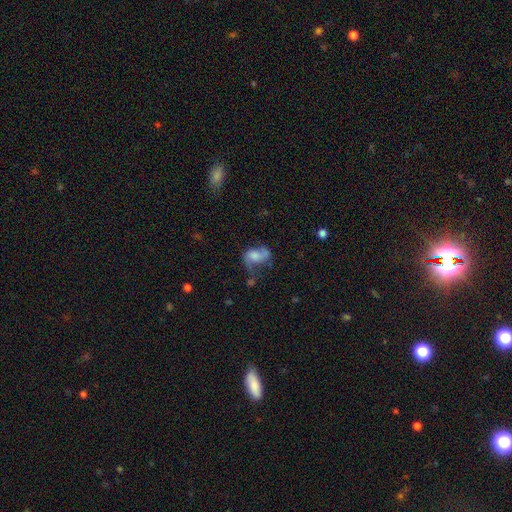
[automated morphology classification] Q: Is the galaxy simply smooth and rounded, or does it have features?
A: featured or disk — 49%.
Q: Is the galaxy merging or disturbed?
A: none — 33%.